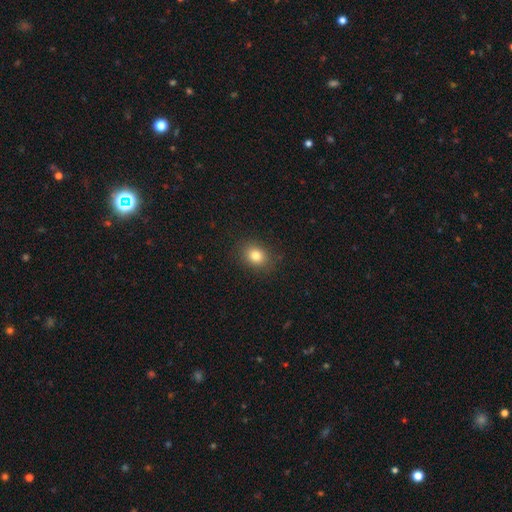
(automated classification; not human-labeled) The model was most divided on "how rounded": round: 53%, in between: 46%, cigar-shaped: 1%. More confident: merging — none (87%); smooth or featured — smooth (82%).